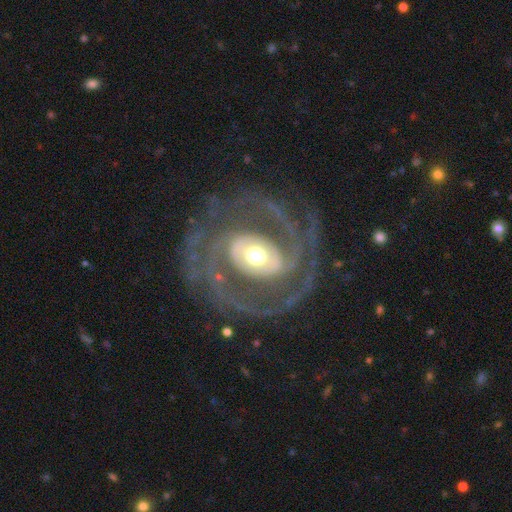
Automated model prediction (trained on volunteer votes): smooth-or-featured: featured or disk: 90% | smooth: 6% | star or artifact: 4%
  disk-edge-on: no: 97% | yes: 3%
    bar: no: 52% | weak: 27% | strong: 21%
    has-spiral-arms: yes: 94% | no: 6%
      spiral-winding: tight: 45% | medium: 40% | loose: 15%
      spiral-arm-count: 2: 55% | can't tell: 13% | 3: 11% | 4: 7% | more than 4: 7% | 1: 7%
    bulge-size: moderate: 61% | large: 23% | small: 12% | dominant: 3% | none: 1%
  merging: none: 74% | major disturbance: 12% | minor disturbance: 12% | merger: 2%